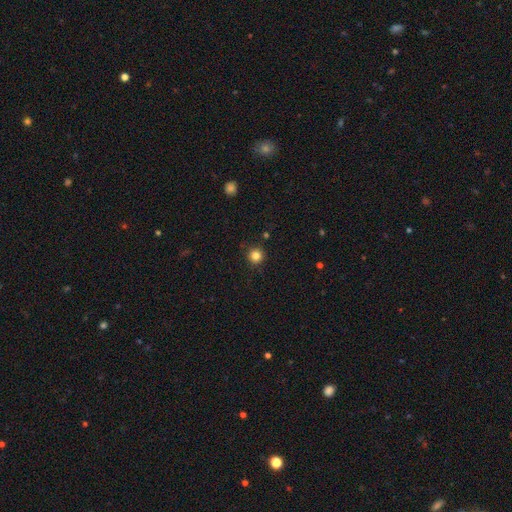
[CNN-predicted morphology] smooth_or_featured: smooth (p=0.83) [alt: star or artifact p=0.12]
how_rounded: round (p=0.95) [alt: in between p=0.04]
merging: none (p=0.91) [alt: minor disturbance p=0.05]